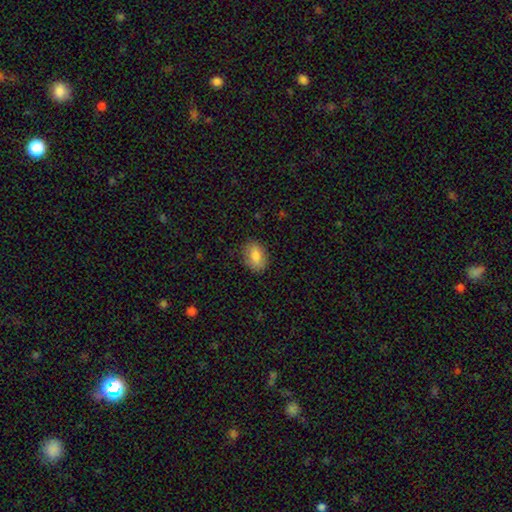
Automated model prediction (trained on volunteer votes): Overall: smooth (84%). How rounded: in between (81%). Merging: none (82%).